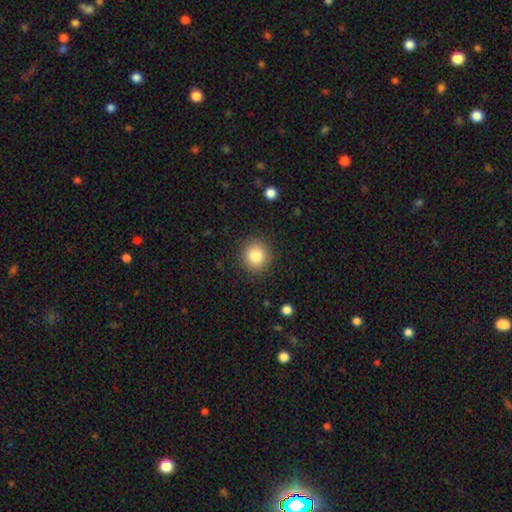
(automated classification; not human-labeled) This is clearly a smooth galaxy (83%). How rounded: clearly round (92%). Merging: clearly none (90%).